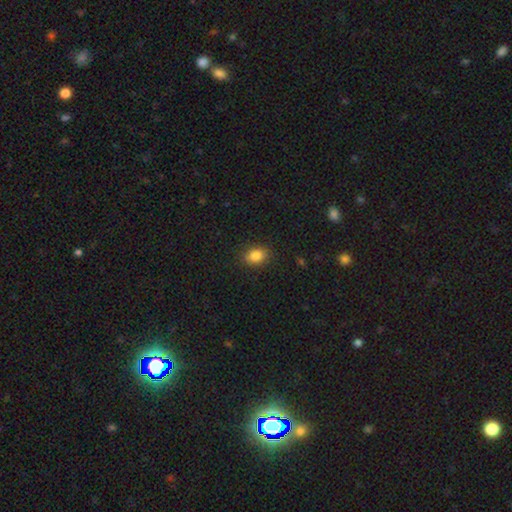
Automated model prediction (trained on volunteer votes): This is clearly a smooth galaxy (85%). How rounded: likely in between (73%). Merging: clearly none (88%).